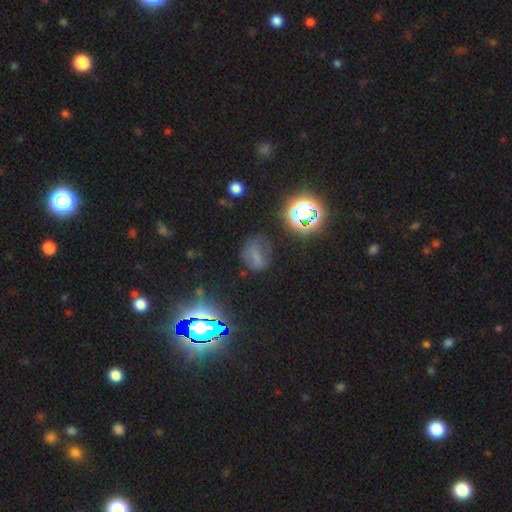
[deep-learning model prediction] Overall: smooth (48%; star or artifact 32%). Merging: none (58%; minor disturbance 22%).